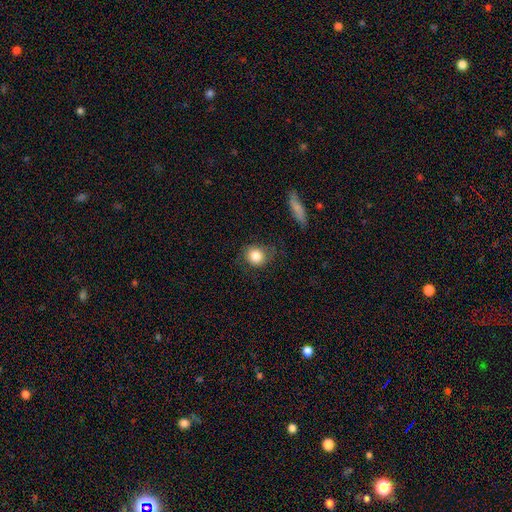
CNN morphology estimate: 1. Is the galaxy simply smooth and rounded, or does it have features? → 84% smooth, 9% star or artifact, 7% featured or disk.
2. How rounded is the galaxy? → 76% round, 22% in between, 1% cigar-shaped.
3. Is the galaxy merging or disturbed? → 71% none, 20% minor disturbance, 6% major disturbance, 2% merger.